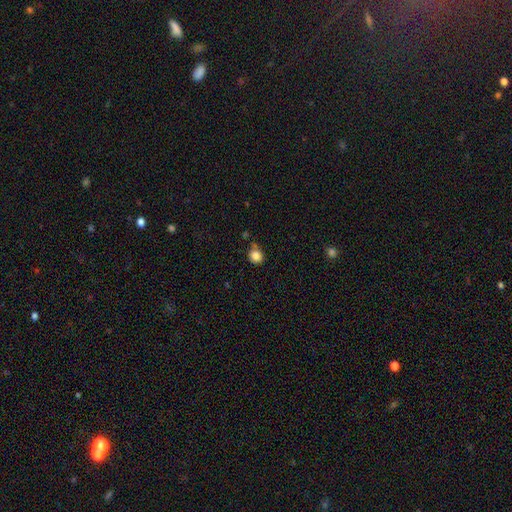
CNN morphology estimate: This appears to be a smooth galaxy with no disk features (84%) that is round (83%). Merging: none (64%).